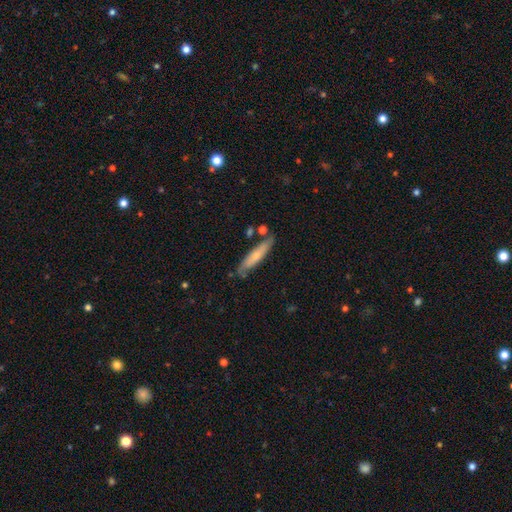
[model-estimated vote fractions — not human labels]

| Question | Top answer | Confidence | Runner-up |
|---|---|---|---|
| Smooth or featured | smooth | 59% | featured or disk (35%) |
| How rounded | cigar-shaped | 85% | in between (13%) |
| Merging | none | 76% | minor disturbance (16%) |